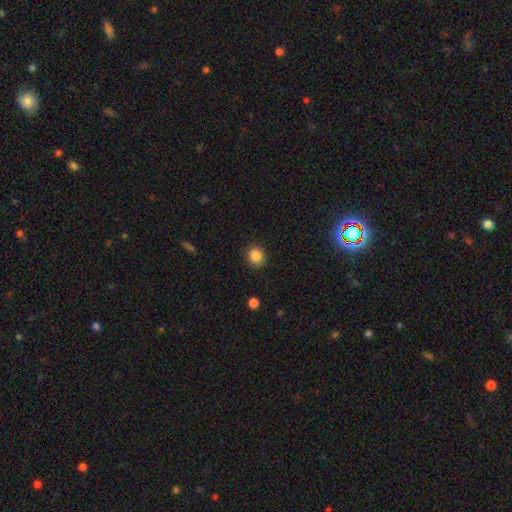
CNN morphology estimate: smooth 85%, star or artifact 10%, featured or disk 4%. Down the decision tree: how rounded — round (84%); merging — none (89%).